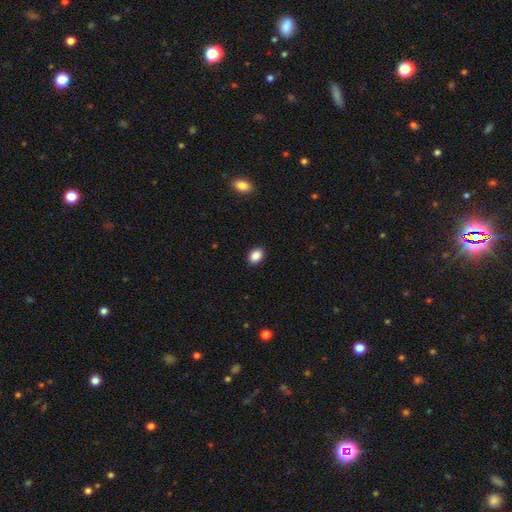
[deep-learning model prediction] This is clearly a smooth galaxy (88%). How rounded: likely in between (71%). Merging: clearly none (90%).